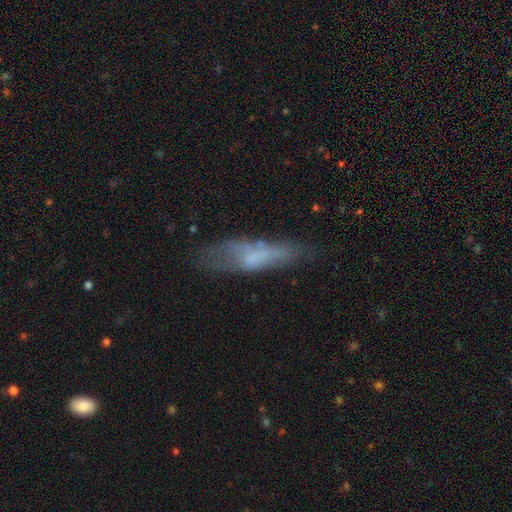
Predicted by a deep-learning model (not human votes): This appears to be a smooth galaxy with no disk features (53%) that is cigar-shaped (62%). Merging: none (50%).